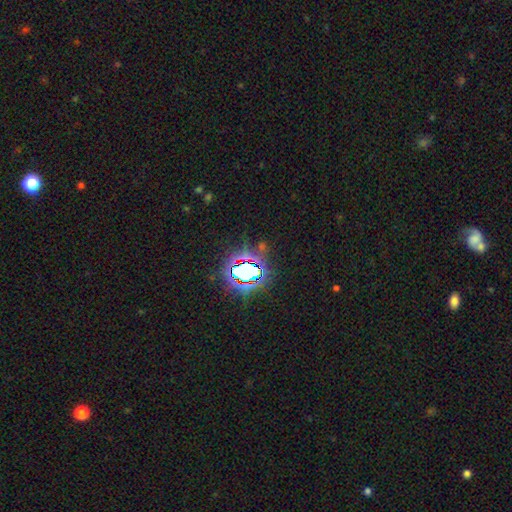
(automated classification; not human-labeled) smooth_or_featured: star or artifact (p=0.81) [alt: smooth p=0.11]